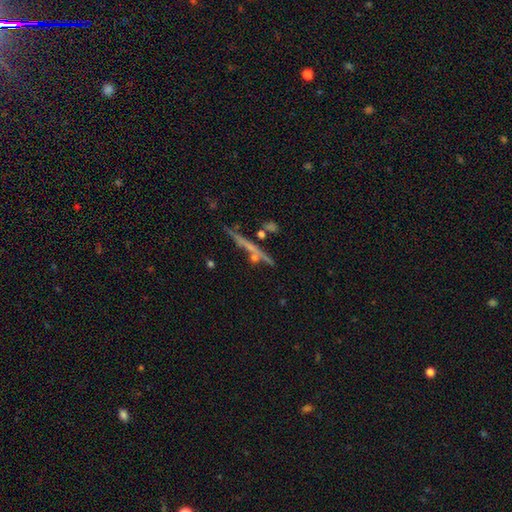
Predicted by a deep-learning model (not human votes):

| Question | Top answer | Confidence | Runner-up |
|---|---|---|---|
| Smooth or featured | featured or disk | 55% | smooth (33%) |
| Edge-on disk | yes | 90% | no (10%) |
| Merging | none | 70% | minor disturbance (13%) |